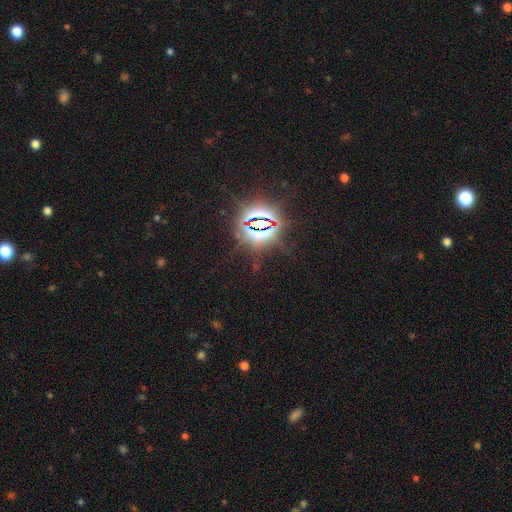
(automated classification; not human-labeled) star or artifact 83%, smooth 10%, featured or disk 7%.